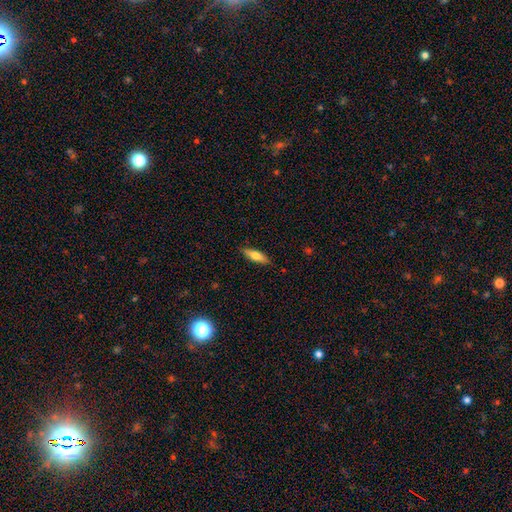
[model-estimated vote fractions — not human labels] smooth_or_featured: smooth (p=0.65) [alt: featured or disk p=0.29]
how_rounded: cigar-shaped (p=0.54) [alt: in between p=0.43]
merging: none (p=0.88) [alt: minor disturbance p=0.09]